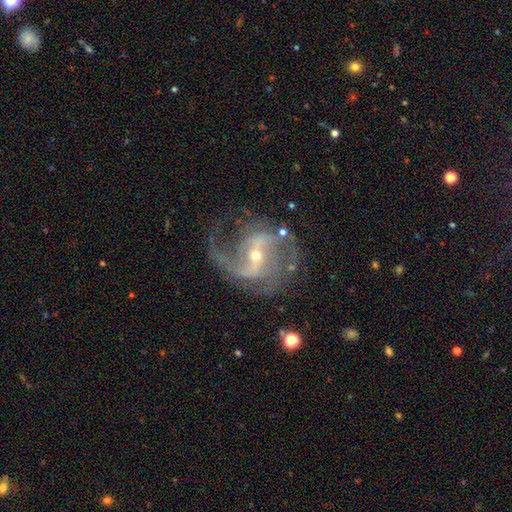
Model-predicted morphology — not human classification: The model was most divided on "bar": weak: 41%, strong: 40%, no: 19%. Remaining: edge-on disk — no (97%); spiral arms — yes (97%); smooth or featured — featured or disk (89%); spiral arm count — 2 (79%); bulge size — small (63%); merging — none (63%); spiral winding — medium (49%).